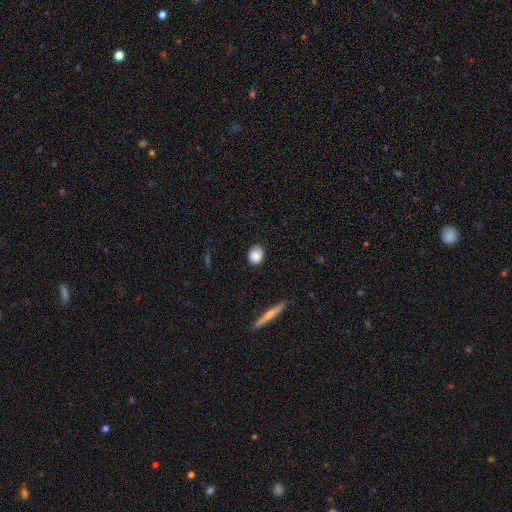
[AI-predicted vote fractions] This appears to be a smooth galaxy with no disk features (87%) that is round (62%). Merging: none (85%).